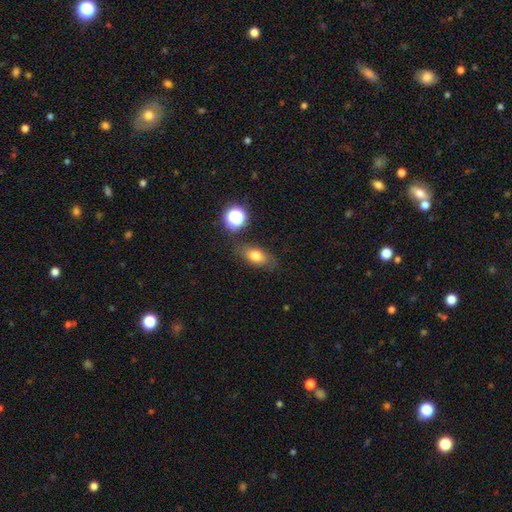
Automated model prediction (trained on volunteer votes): Smooth or featured? Predicted: smooth (p=0.73). How rounded? Predicted: in between (p=0.78). Merging? Predicted: none (p=0.77).